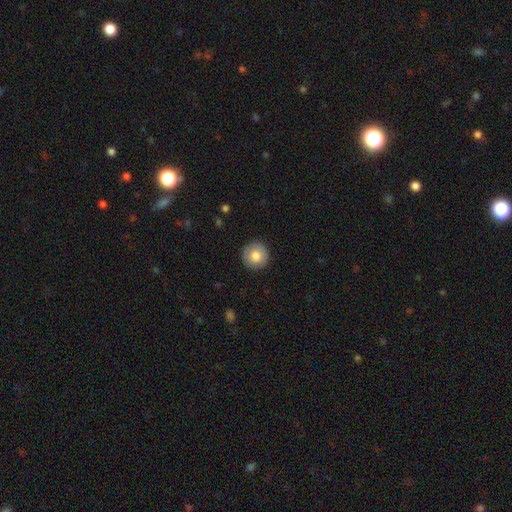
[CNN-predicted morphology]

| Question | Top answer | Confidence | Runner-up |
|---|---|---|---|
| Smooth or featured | smooth | 81% | featured or disk (11%) |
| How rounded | round | 95% | in between (4%) |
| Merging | none | 90% | minor disturbance (7%) |